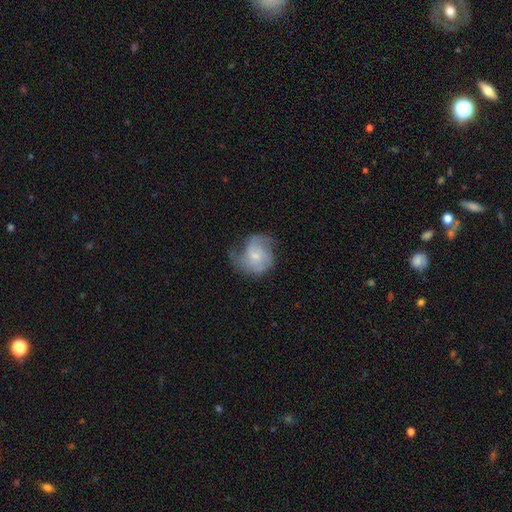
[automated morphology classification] A featured or disk galaxy (59%) with no bar (65%), spiral arms (84%) and a small central bulge (57%). Merging: none (47%).